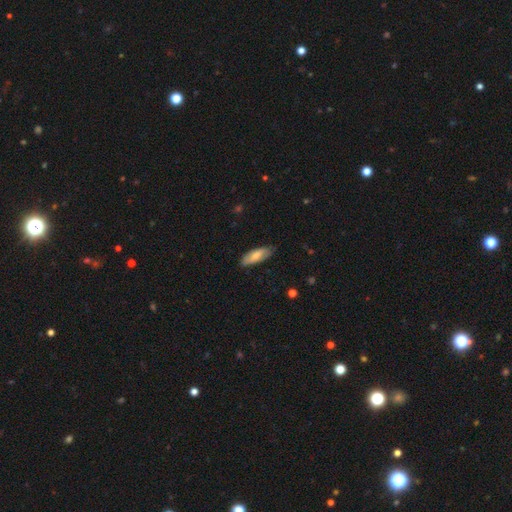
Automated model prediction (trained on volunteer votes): Overall: smooth (69%). How rounded: in between (70%). Merging: none (78%).